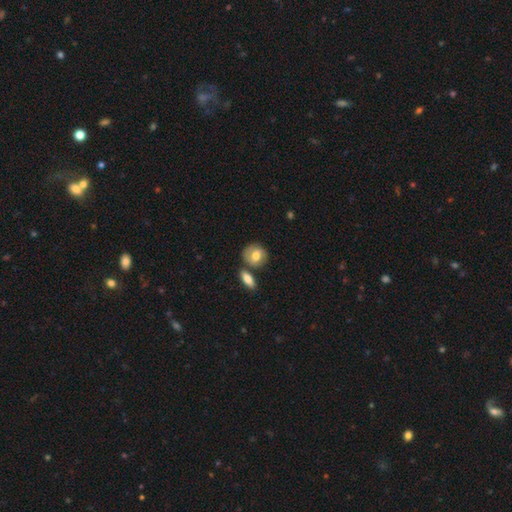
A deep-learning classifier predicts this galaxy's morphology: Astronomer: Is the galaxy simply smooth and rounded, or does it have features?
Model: smooth — 70%.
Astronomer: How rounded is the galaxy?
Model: round — 63%.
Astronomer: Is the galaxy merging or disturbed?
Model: none — 66%.